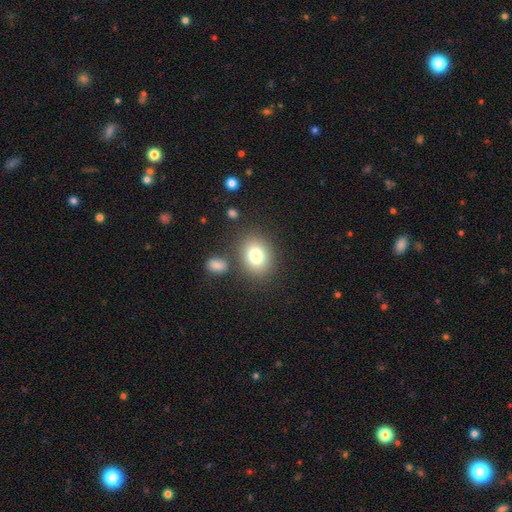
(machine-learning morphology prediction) smooth-or-featured: smooth: 79% | star or artifact: 10% | featured or disk: 10%
  how-rounded: in between: 51% | round: 48% | cigar-shaped: 1%
  merging: none: 79% | minor disturbance: 10% | merger: 7% | major disturbance: 4%